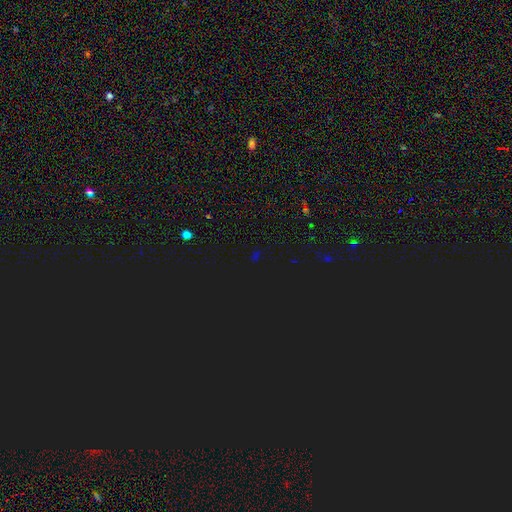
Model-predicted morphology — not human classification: star or artifact 75%, smooth 18%, featured or disk 7%.